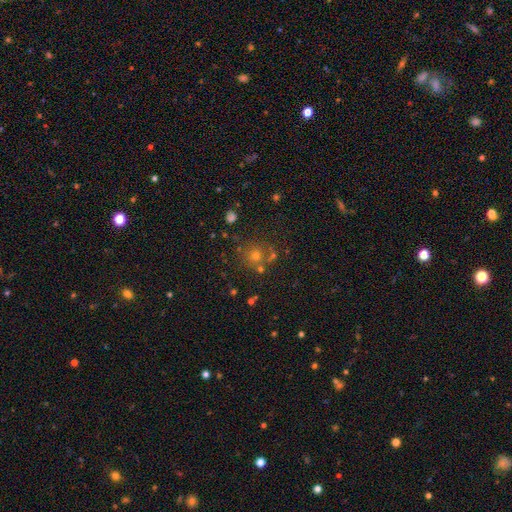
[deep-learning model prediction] Smooth or featured?
  - smooth: 57% *
  - star or artifact: 31%
  - featured or disk: 13%
How rounded?
  - round: 90% *
  - in between: 9%
  - cigar-shaped: 1%
Merging?
  - none: 68% *
  - merger: 17%
  - minor disturbance: 10%
  - major disturbance: 5%